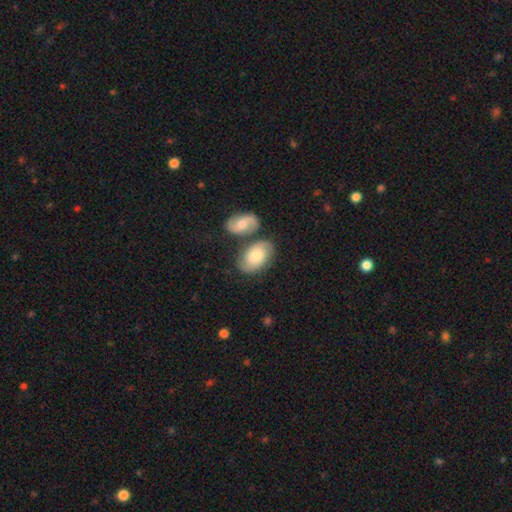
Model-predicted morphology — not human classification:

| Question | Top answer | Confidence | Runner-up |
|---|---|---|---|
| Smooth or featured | smooth | 55% | featured or disk (38%) |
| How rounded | in between | 89% | round (10%) |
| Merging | none | 55% | merger (25%) |